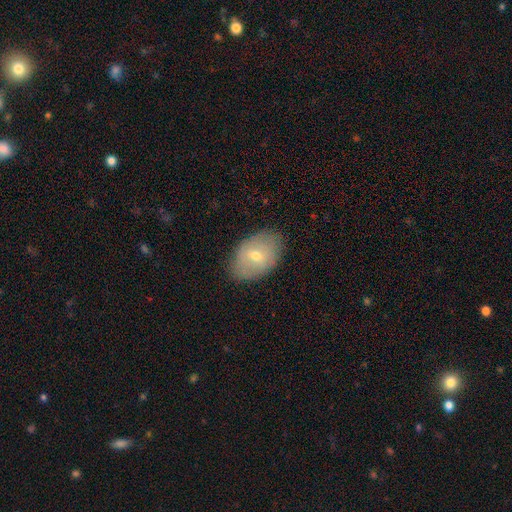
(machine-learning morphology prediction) type=smooth (59%); roundness=in between (86%); merging=none (83%).